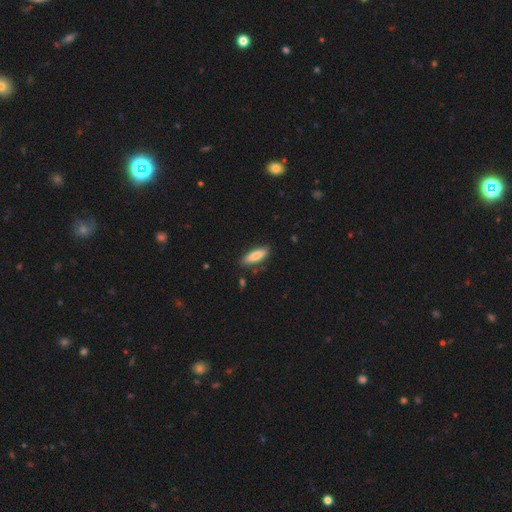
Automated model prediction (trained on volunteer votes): A smooth galaxy with no disk features (82%) that is cigar-shaped (51%).

Vote fractions:
- Smooth or featured? smooth: 82% / featured or disk: 12% / star or artifact: 6%
- How rounded? cigar-shaped: 51% / in between: 47% / round: 2%
- Merging? none: 85% / minor disturbance: 11% / major disturbance: 2% / merger: 2%